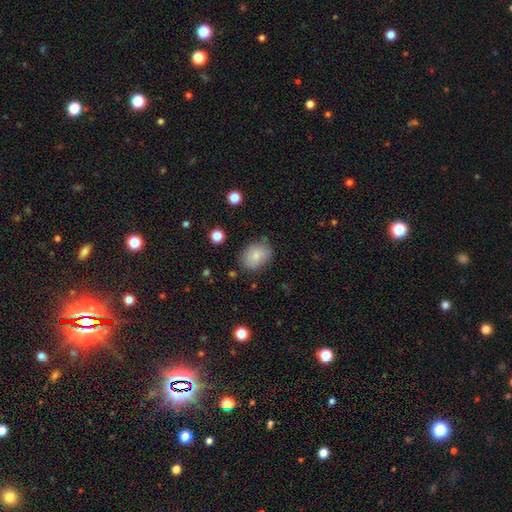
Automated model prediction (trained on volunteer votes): smooth-or-featured: smooth: 83% | featured or disk: 9% | star or artifact: 8%
  how-rounded: in between: 68% | round: 31% | cigar-shaped: 1%
  merging: none: 74% | minor disturbance: 19% | major disturbance: 5% | merger: 2%